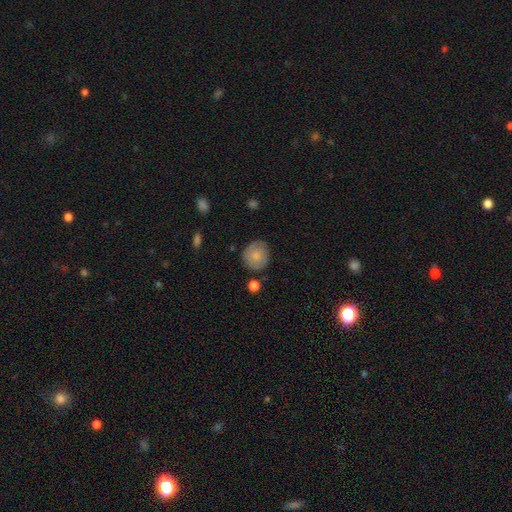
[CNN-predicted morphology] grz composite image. It shows a smooth galaxy with no disk features (77%) that is round (86%). Merging: none (77%).